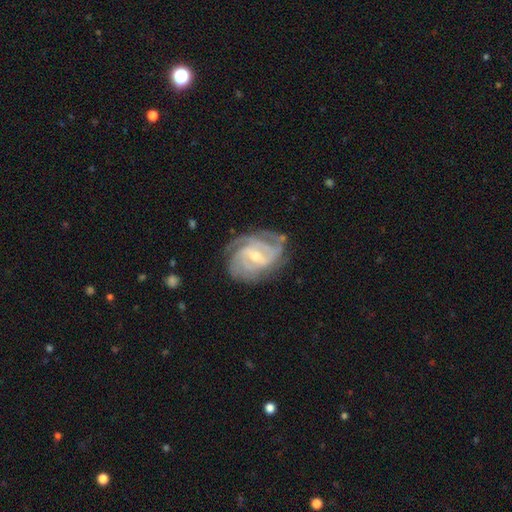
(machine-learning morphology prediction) This is clearly a featured or disk galaxy (89%). It is clearly not viewed edge-on (97%). Bar: possibly weak (54%). Spiral arm pattern: clearly yes (97%). Spiral arm count: marginally 3 (33%). Spiral winding: possibly tight (59%). Central bulge: possibly small (52%). Merging: likely none (70%).